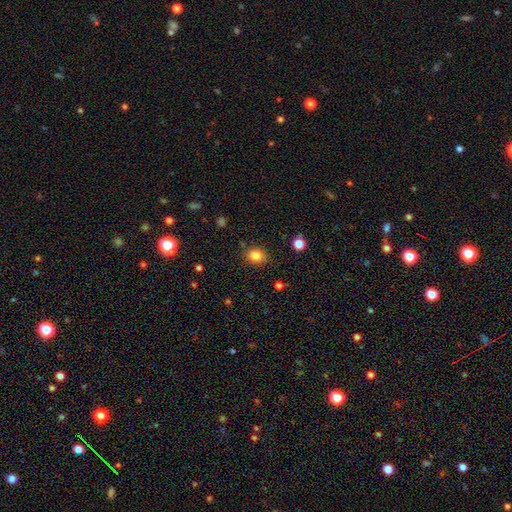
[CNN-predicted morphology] A smooth galaxy with no disk features (84%) that is round (53%).

Vote fractions:
- Smooth or featured? smooth: 84% / star or artifact: 11% / featured or disk: 5%
- How rounded? round: 53% / in between: 46% / cigar-shaped: 1%
- Merging? none: 85% / minor disturbance: 10% / major disturbance: 3% / merger: 2%